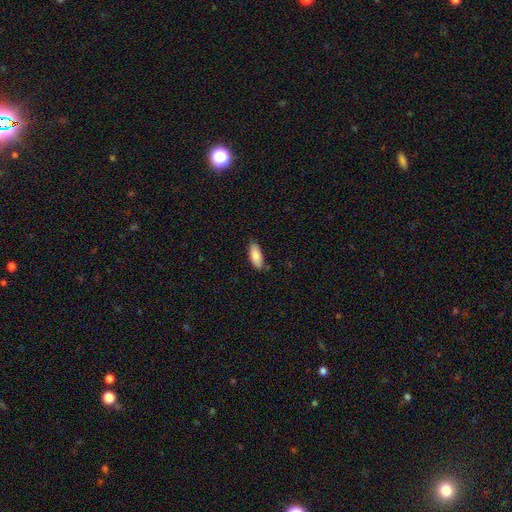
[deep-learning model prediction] The model was most divided on "how rounded": in between: 81%, cigar-shaped: 17%, round: 2%. More confident: smooth or featured — smooth (86%); merging — none (84%).